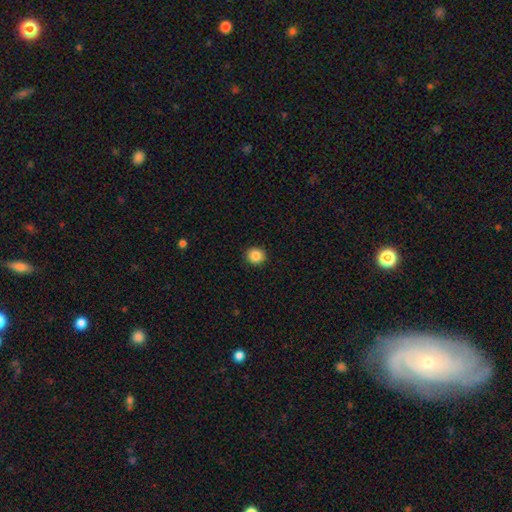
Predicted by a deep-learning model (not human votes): A smooth galaxy with no disk features (86%) that is round (88%).

Vote fractions:
- Smooth or featured? smooth: 86% / star or artifact: 9% / featured or disk: 5%
- How rounded? round: 88% / in between: 12% / cigar-shaped: 1%
- Merging? none: 92% / minor disturbance: 5% / major disturbance: 2% / merger: 1%